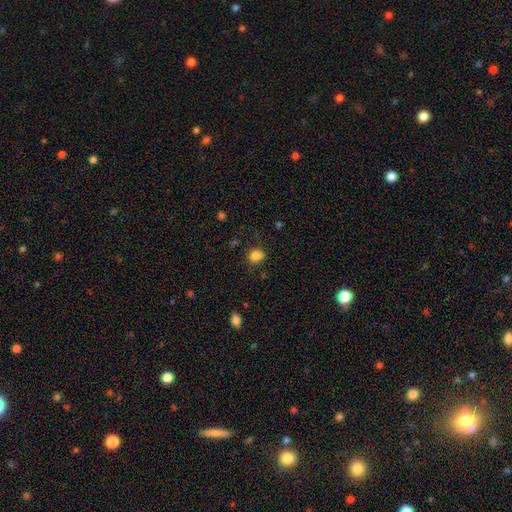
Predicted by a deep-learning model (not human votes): Q: Smooth or featured?
A: smooth (83%); runner-up: star or artifact (12%)
Q: How rounded?
A: round (76%); runner-up: in between (23%)
Q: Merging?
A: none (74%); runner-up: minor disturbance (19%)